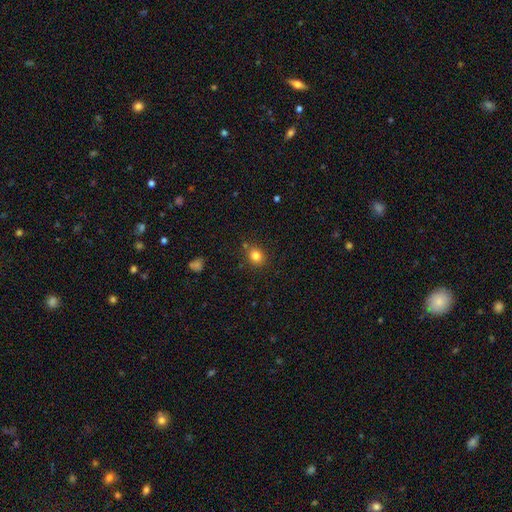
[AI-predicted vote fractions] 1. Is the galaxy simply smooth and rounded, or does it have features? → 82% smooth, 12% star or artifact, 6% featured or disk.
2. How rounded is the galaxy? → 65% round, 35% in between, 1% cigar-shaped.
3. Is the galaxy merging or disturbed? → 81% none, 11% minor disturbance, 5% merger, 3% major disturbance.